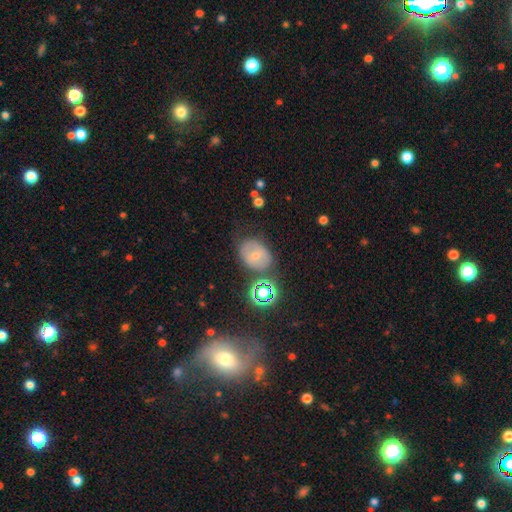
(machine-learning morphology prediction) type=smooth (50%); roundness=in between (60%); merging=none (64%).